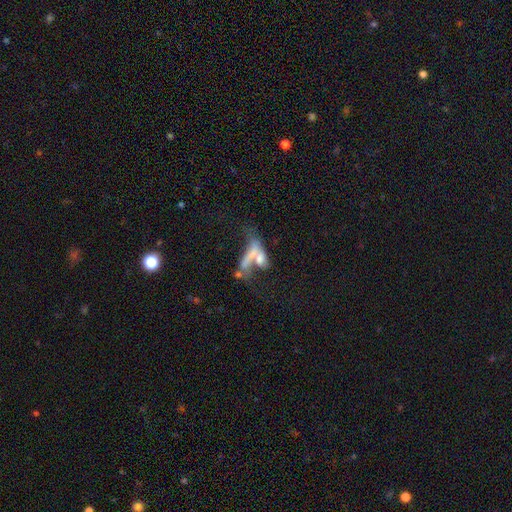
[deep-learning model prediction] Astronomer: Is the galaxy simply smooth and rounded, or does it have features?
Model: smooth — 52% (runner-up: featured or disk, 37%).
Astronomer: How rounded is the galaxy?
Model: in between — 54% (runner-up: cigar-shaped, 38%).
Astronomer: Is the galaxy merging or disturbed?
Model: merger — 59%.